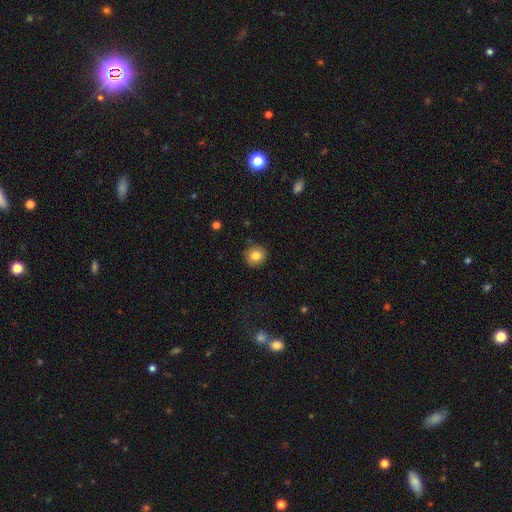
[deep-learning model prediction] Q: Smooth or featured?
A: smooth (82%); runner-up: star or artifact (10%)
Q: How rounded?
A: round (91%); runner-up: in between (8%)
Q: Merging?
A: none (89%); runner-up: minor disturbance (8%)